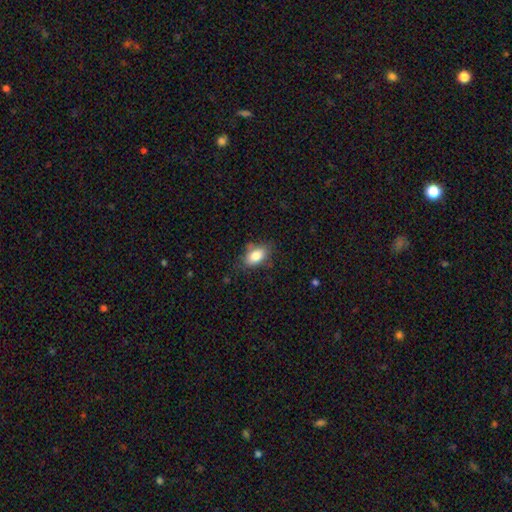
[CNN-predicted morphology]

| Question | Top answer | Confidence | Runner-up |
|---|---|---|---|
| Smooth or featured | smooth | 83% | featured or disk (9%) |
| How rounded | in between | 88% | round (9%) |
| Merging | none | 71% | minor disturbance (21%) |